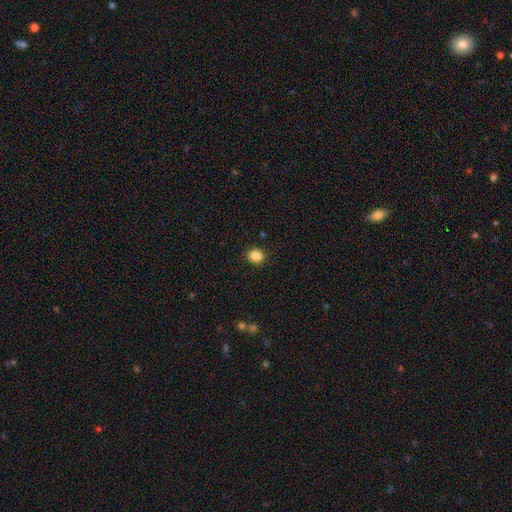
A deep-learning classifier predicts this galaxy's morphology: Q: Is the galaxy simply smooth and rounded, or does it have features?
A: smooth — 86%.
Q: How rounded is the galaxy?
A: round — 70%.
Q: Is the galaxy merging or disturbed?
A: none — 90%.